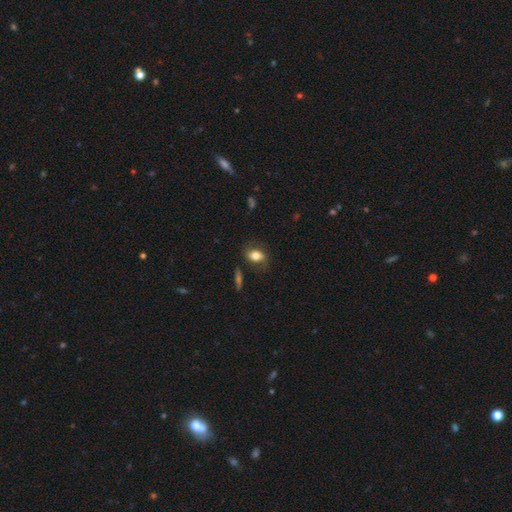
Morphology: type=smooth (78%); roundness=in between (77%); merging=none (78%).